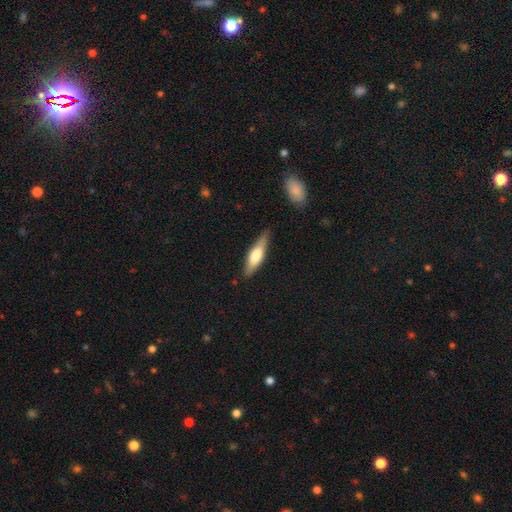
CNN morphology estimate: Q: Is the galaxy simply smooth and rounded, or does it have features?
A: smooth — 50%.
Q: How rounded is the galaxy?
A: cigar-shaped — 67%.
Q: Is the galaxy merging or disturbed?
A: none — 82%.